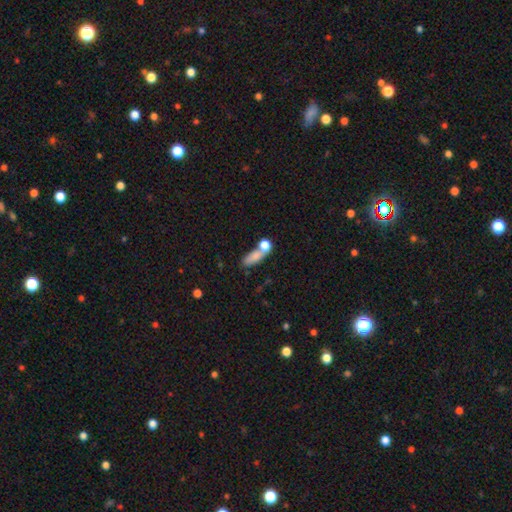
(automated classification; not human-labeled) A smooth galaxy with no disk features (74%) that is in between round and cigar-shaped (63%).

Vote fractions:
- Smooth or featured? smooth: 74% / featured or disk: 15% / star or artifact: 10%
- How rounded? in between: 63% / cigar-shaped: 24% / round: 13%
- Merging? merger: 44% / none: 35% / minor disturbance: 13% / major disturbance: 9%